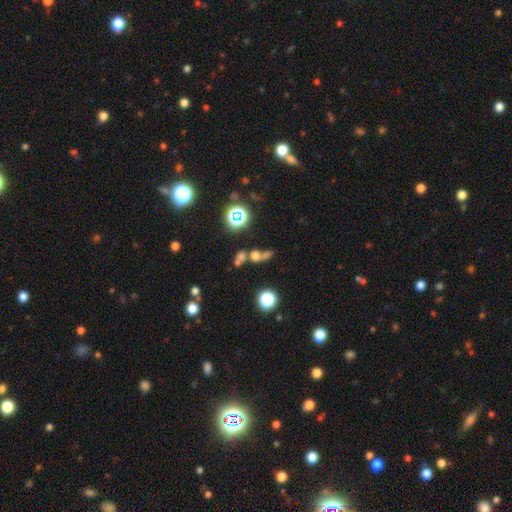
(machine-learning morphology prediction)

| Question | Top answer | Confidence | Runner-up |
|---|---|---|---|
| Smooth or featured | smooth | 51% | star or artifact (28%) |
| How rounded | round | 58% | in between (34%) |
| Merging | merger | 52% | none (29%) |